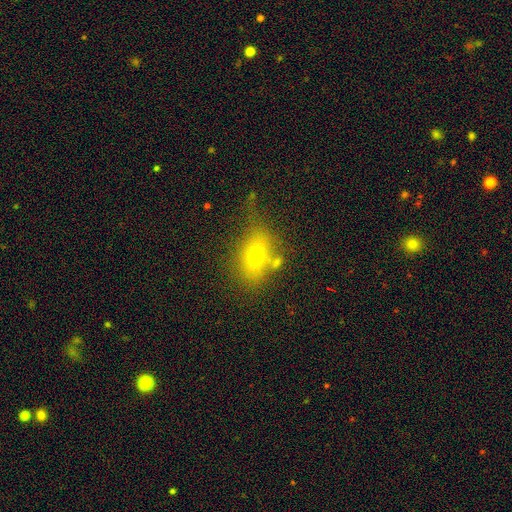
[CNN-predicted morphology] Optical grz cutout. It shows a smooth galaxy with no disk features (63%) that is in between round and cigar-shaped (69%). Merging: none (51%).